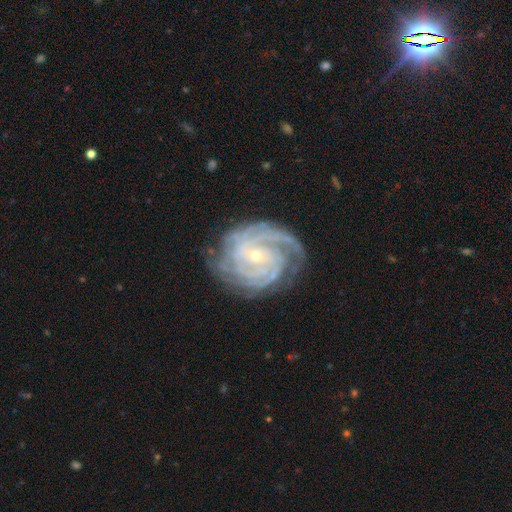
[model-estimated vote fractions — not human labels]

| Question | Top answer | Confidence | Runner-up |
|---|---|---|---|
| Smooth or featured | featured or disk | 90% | star or artifact (5%) |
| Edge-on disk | no | 97% | yes (3%) |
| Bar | no | 65% | weak (25%) |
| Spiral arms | yes | 98% | no (2%) |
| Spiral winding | tight | 78% | medium (19%) |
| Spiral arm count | can't tell | 23% | 4 (22%) |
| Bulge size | small | 80% | moderate (17%) |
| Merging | none | 76% | minor disturbance (16%) |